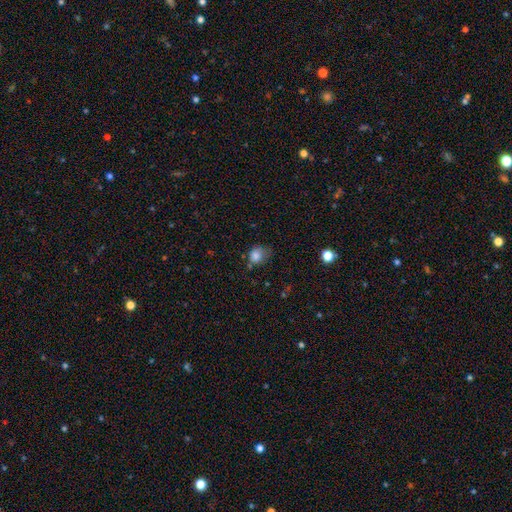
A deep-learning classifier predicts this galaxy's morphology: The model was most divided on "merging": none: 45%, minor disturbance: 36%, major disturbance: 14%, merger: 5%. More confident: smooth or featured — smooth (82%); how rounded — round (62%).